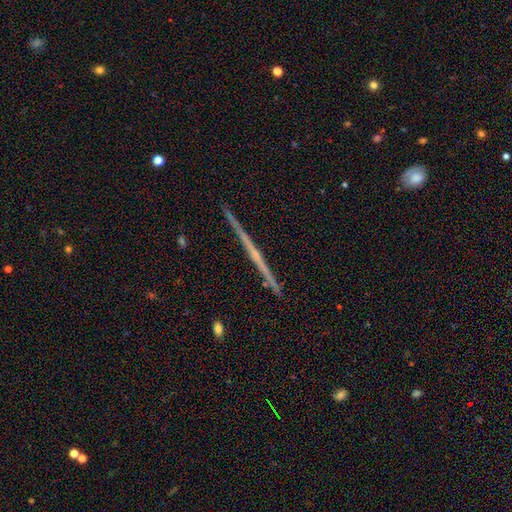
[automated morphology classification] featured or disk 74%, smooth 19%, star or artifact 7%. Down the decision tree: edge-on disk — yes (98%); edge-on bulge — none (68%); merging — none (92%).